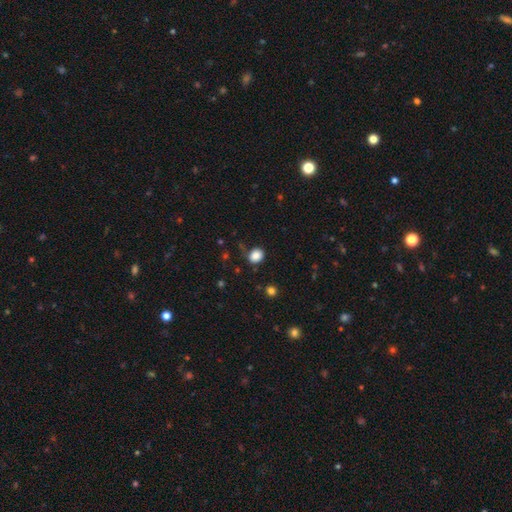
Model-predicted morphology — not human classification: A smooth galaxy with no disk features (86%) that is round (52%).

Vote fractions:
- Smooth or featured? smooth: 86% / star or artifact: 10% / featured or disk: 4%
- How rounded? round: 52% / in between: 47% / cigar-shaped: 1%
- Merging? none: 81% / minor disturbance: 13% / major disturbance: 3% / merger: 2%